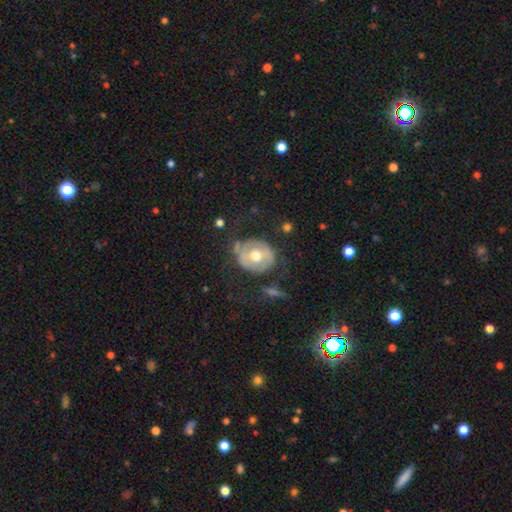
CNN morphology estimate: This is possibly a featured or disk galaxy (52%). It is clearly not viewed edge-on (94%). Merging: possibly none (56%).